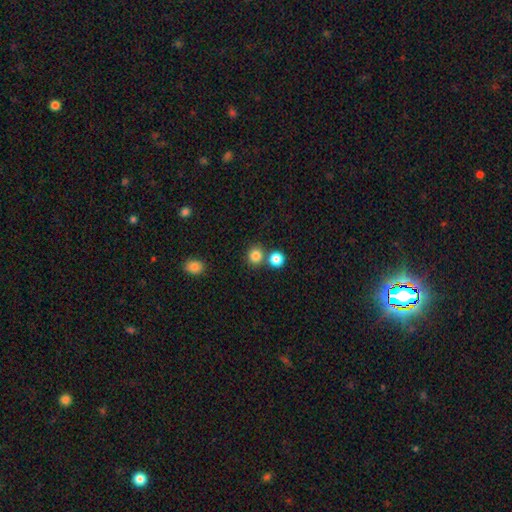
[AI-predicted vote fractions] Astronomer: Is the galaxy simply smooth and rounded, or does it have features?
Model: smooth — 83%.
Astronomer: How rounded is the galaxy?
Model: round — 87%.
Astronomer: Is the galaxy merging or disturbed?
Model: none — 69%.